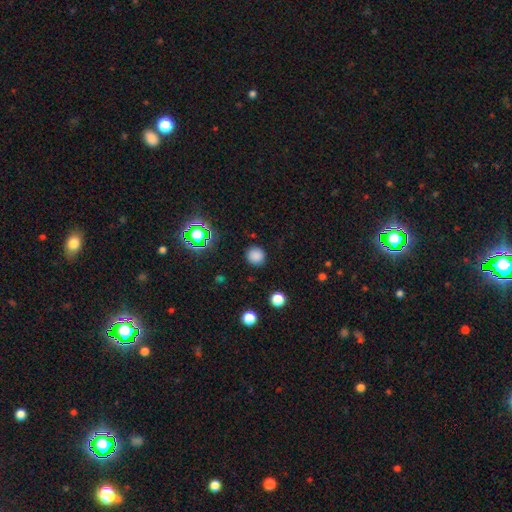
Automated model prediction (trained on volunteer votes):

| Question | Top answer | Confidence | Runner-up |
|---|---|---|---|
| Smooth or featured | smooth | 80% | star or artifact (16%) |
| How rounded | round | 94% | in between (5%) |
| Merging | none | 89% | minor disturbance (7%) |